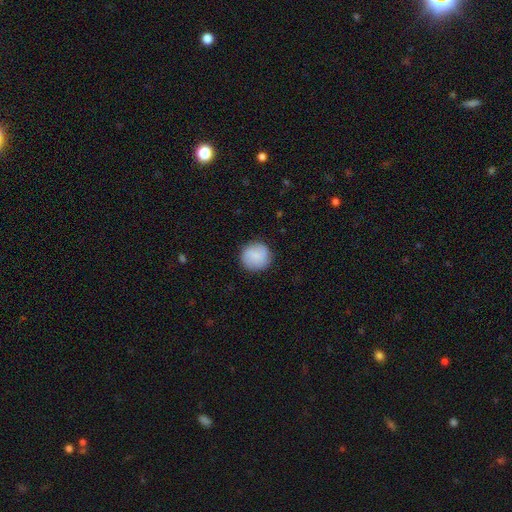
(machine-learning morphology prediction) The model was most divided on "smooth or featured": smooth: 80%, featured or disk: 14%, star or artifact: 7%. More confident: how rounded — round (94%); merging — none (87%).